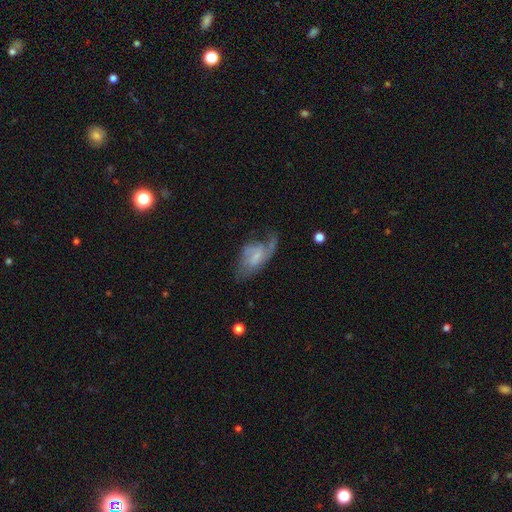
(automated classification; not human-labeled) This appears to be a featured or disk galaxy (67%) with a weak bar (49%), 2 (47%) loose (44%) spiral arms (83%) and a small central bulge (46%). Merging: major disturbance (36%, tied with none).